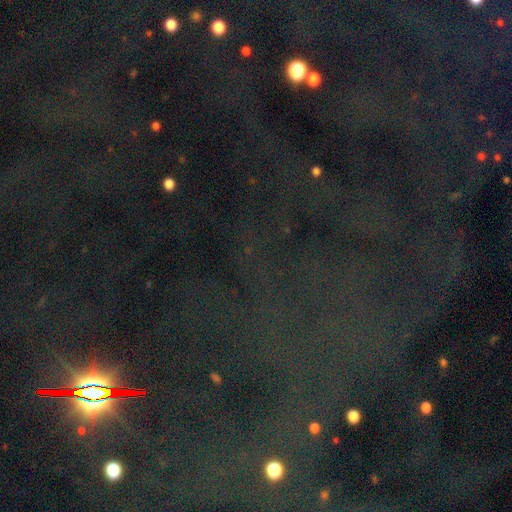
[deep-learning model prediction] Q: Smooth or featured?
A: star or artifact (86%); runner-up: smooth (7%)